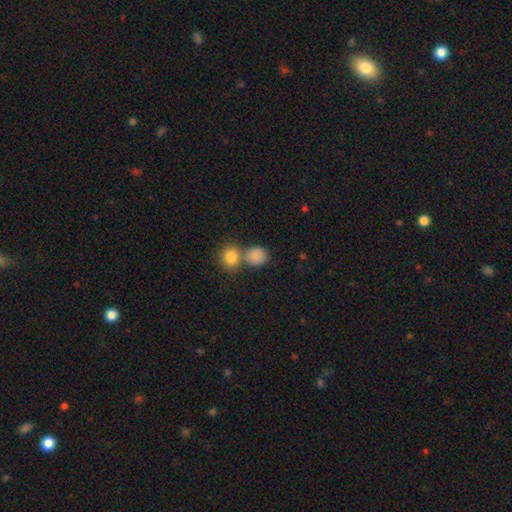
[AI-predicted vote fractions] This is clearly a smooth galaxy (85%). How rounded: likely round (72%). Merging: possibly none (49%).